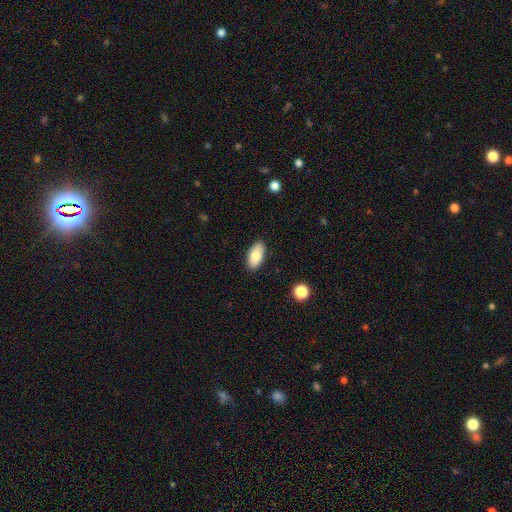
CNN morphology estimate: This is clearly a smooth galaxy (82%). How rounded: clearly in between (93%). Merging: clearly none (89%).